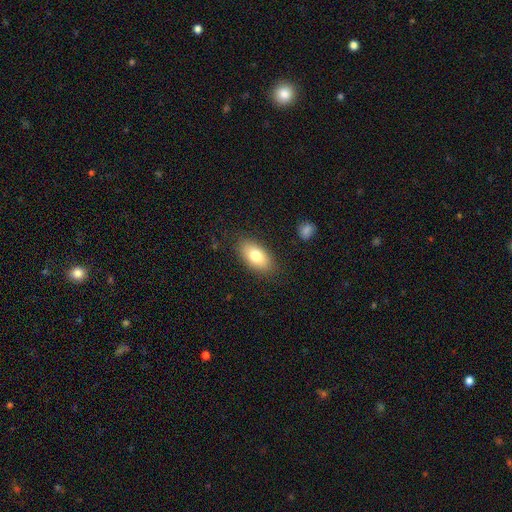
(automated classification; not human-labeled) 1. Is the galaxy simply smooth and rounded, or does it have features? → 78% smooth, 15% featured or disk, 7% star or artifact.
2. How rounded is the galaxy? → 92% in between, 4% cigar-shaped, 4% round.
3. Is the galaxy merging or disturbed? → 86% none, 10% minor disturbance, 3% major disturbance, 1% merger.